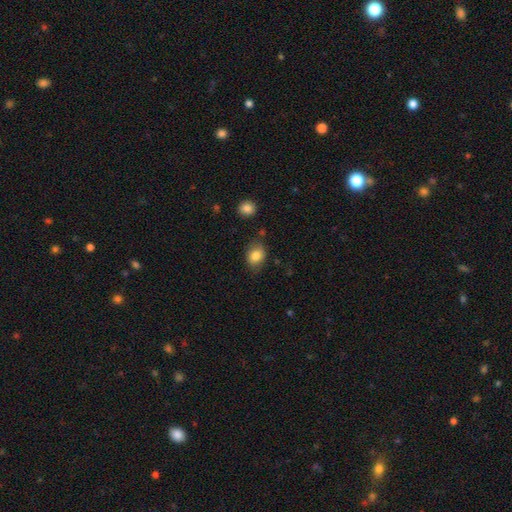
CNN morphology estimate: smooth_or_featured: smooth (p=0.83) [alt: star or artifact p=0.09]
how_rounded: in between (p=0.56) [alt: round p=0.43]
merging: none (p=0.75) [alt: minor disturbance p=0.18]